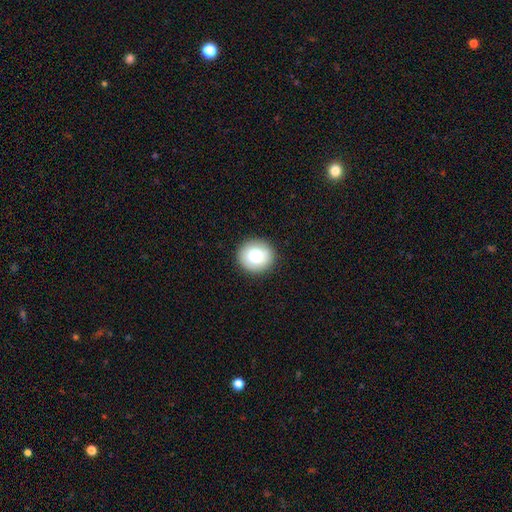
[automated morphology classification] Overall: smooth (80%). How rounded: round (87%). Merging: none (91%).